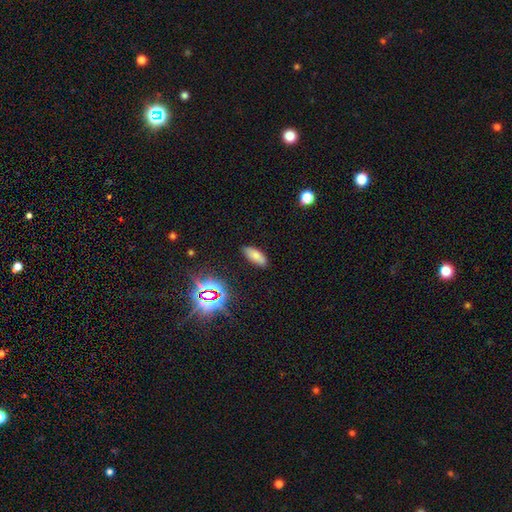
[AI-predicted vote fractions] smooth 73%, star or artifact 16%, featured or disk 11%. Down the decision tree: how rounded — in between (78%); merging — none (86%).